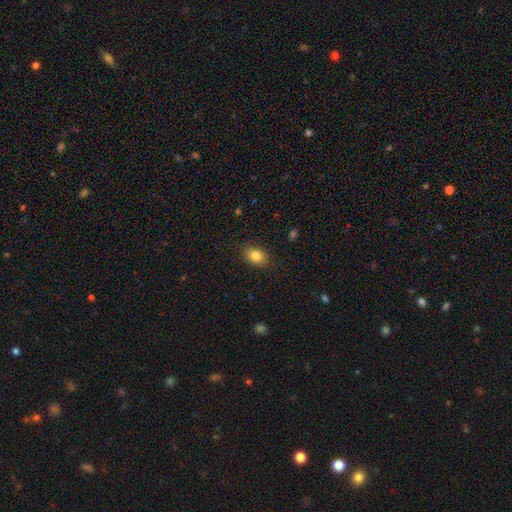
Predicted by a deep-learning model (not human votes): Morphology: type=smooth (84%); roundness=in between (78%); merging=none (86%).